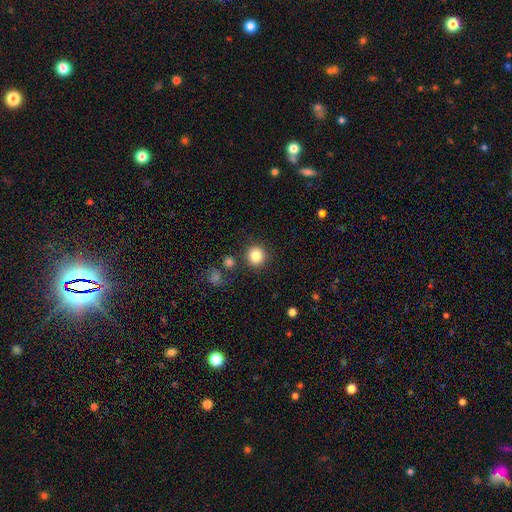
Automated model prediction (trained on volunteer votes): Smooth or featured? Predicted: smooth (p=0.84). How rounded? Predicted: round (p=0.93). Merging? Predicted: none (p=0.87).